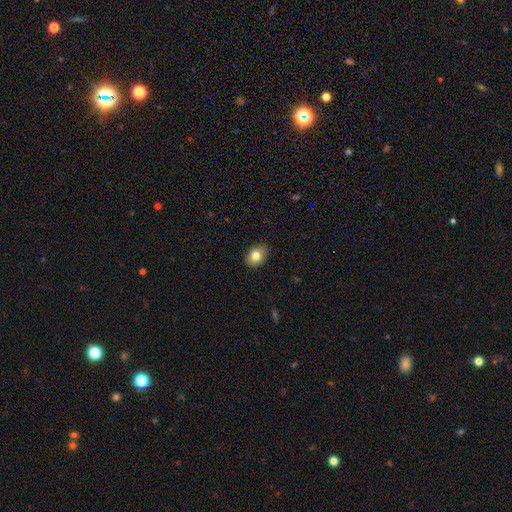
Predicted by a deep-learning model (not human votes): A smooth galaxy with no disk features (79%) that is in between round and cigar-shaped (65%). Merging: none (87%).